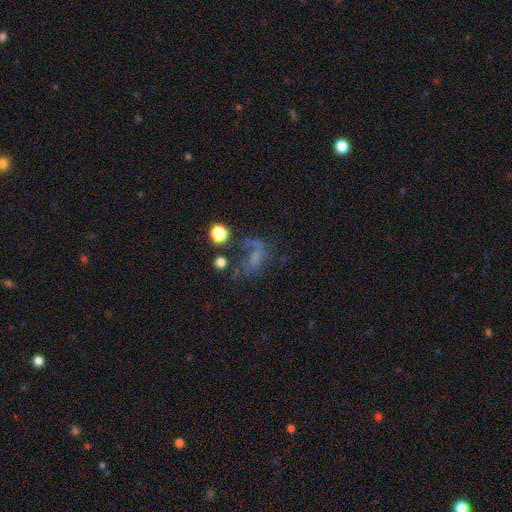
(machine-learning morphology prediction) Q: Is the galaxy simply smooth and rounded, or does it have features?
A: featured or disk — 48%.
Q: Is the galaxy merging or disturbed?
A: major disturbance — 42%.